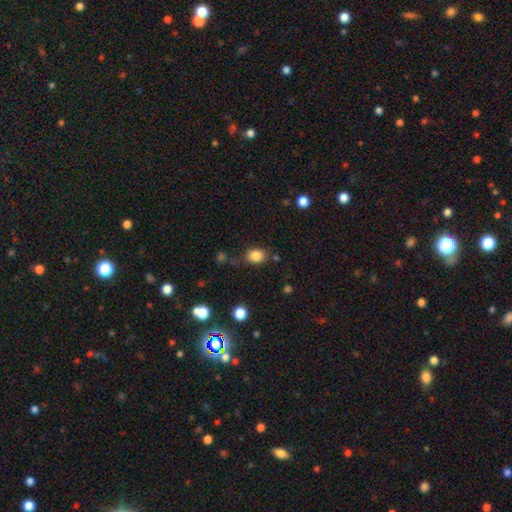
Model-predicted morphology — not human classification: A smooth galaxy with no disk features (84%) that is in between round and cigar-shaped (51%). Merging: none (72%).